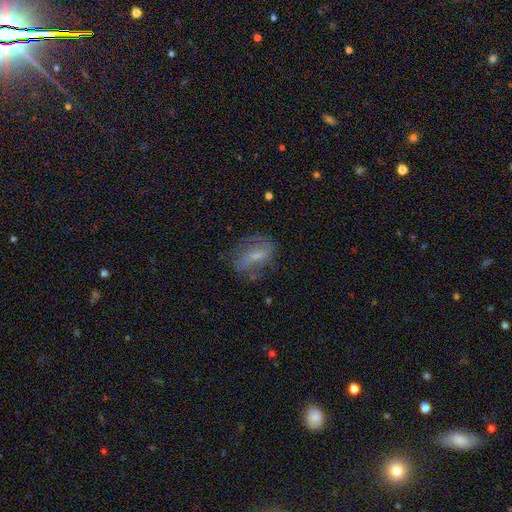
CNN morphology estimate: Smooth or featured? featured or disk (53%)
Edge-on disk? no (93%)
Merging? none (58%)